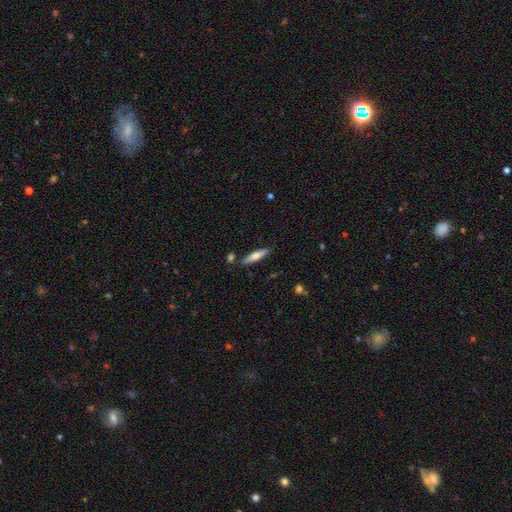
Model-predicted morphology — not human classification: Q: Smooth or featured?
A: smooth (58%); runner-up: featured or disk (36%)
Q: How rounded?
A: cigar-shaped (77%); runner-up: in between (21%)
Q: Merging?
A: none (83%); runner-up: minor disturbance (10%)